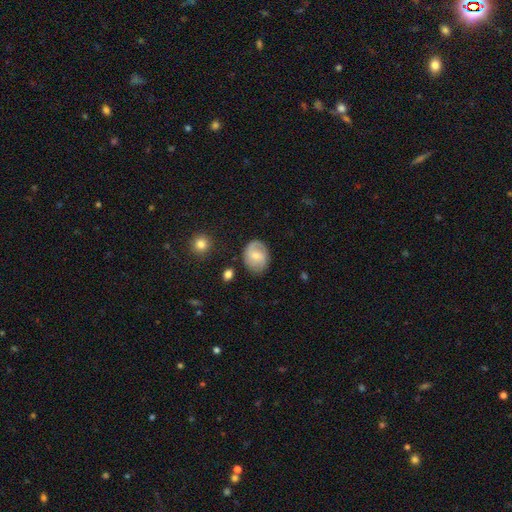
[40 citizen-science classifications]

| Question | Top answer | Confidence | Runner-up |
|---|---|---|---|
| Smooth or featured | featured or disk | 62% | smooth (30%) |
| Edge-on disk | no | 100% | — |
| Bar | weak | 56% | no (24%) |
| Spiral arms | yes | 88% | no (12%) |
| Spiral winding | medium | 59% | tight (27%) |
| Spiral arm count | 2 | 73% | 1 (9%) |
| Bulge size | moderate | 60% | small (40%) |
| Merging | none | 70% | major disturbance (16%) |